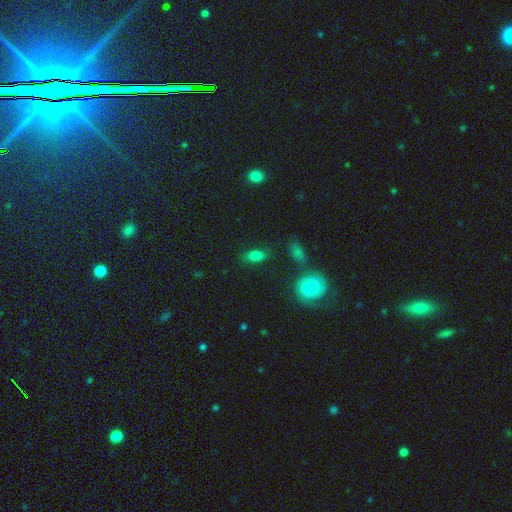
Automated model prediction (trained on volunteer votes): A smooth galaxy with no disk features (79%) that is in between round and cigar-shaped (83%).

Vote fractions:
- Smooth or featured? smooth: 79% / star or artifact: 11% / featured or disk: 10%
- How rounded? in between: 83% / round: 9% / cigar-shaped: 9%
- Merging? none: 77% / minor disturbance: 14% / major disturbance: 4% / merger: 4%